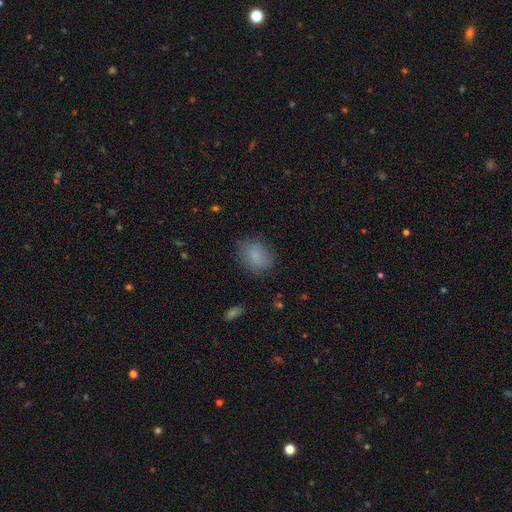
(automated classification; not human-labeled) This appears to be a smooth galaxy with no disk features (84%) that is in between round and cigar-shaped (62%). Merging: none (79%).